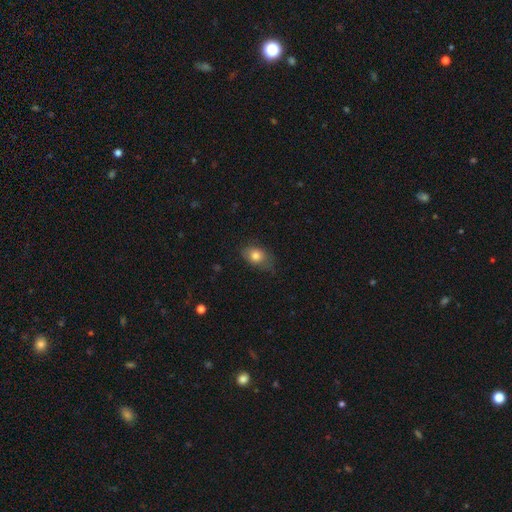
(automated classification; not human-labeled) A smooth galaxy with no disk features (79%) that is in between round and cigar-shaped (72%). Merging: none (65%).